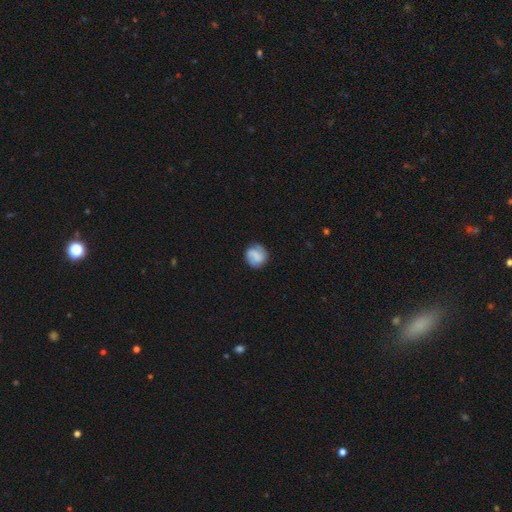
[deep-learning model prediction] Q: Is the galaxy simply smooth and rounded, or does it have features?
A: smooth — 56%.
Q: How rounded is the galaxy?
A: round — 84%.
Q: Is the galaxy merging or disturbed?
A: none — 77%.